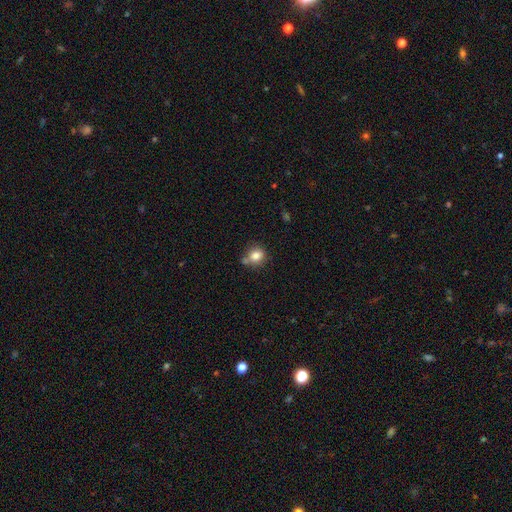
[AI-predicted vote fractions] smooth-or-featured: smooth: 81% | star or artifact: 10% | featured or disk: 8%
  how-rounded: round: 78% | in between: 21% | cigar-shaped: 1%
  merging: none: 62% | minor disturbance: 17% | merger: 16% | major disturbance: 5%